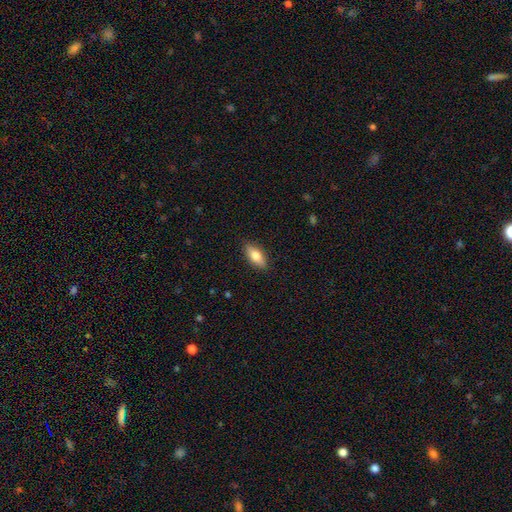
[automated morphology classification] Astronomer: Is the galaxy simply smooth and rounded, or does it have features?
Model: smooth — 74%.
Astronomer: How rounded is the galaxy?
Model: in between — 79%.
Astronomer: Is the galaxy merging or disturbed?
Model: none — 88%.